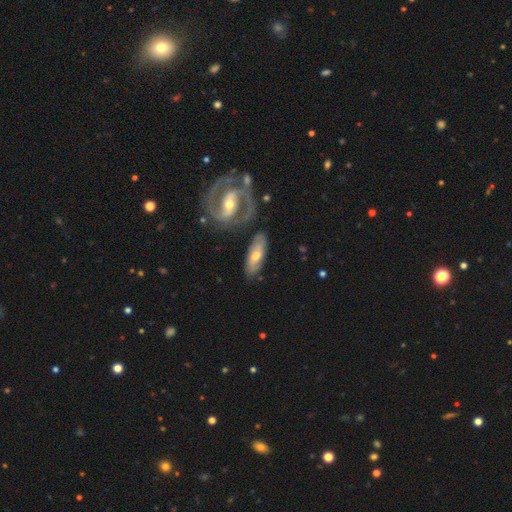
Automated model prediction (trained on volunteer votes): The model was most divided on "smooth or featured": featured or disk: 58%, smooth: 36%, star or artifact: 6%. More confident: edge-on disk — no (81%); merging — none (73%).